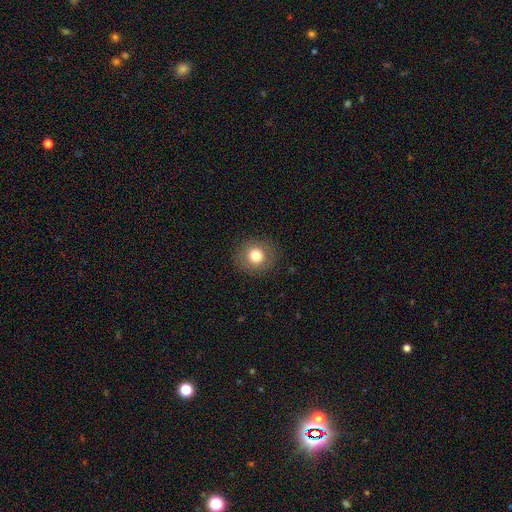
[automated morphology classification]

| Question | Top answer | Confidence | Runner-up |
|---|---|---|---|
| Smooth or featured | smooth | 78% | featured or disk (11%) |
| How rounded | round | 87% | in between (12%) |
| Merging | none | 89% | minor disturbance (7%) |